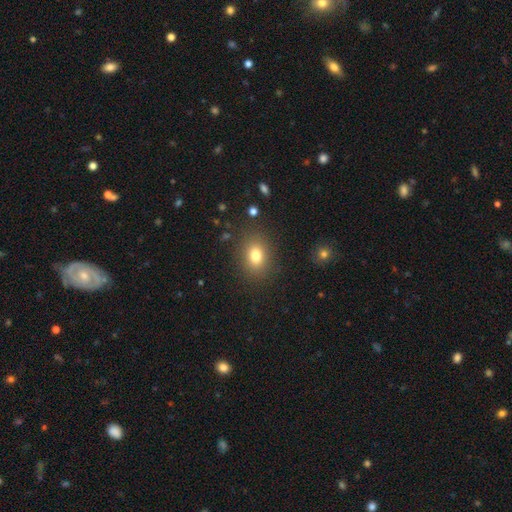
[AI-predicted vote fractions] smooth_or_featured: smooth (p=0.78) [alt: star or artifact p=0.12]
how_rounded: in between (p=0.62) [alt: round p=0.36]
merging: none (p=0.86) [alt: minor disturbance p=0.09]